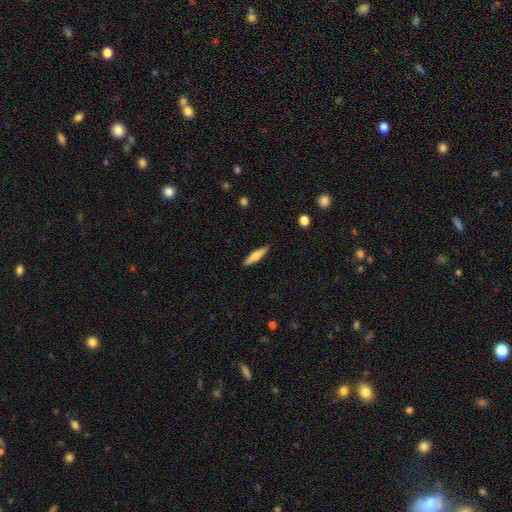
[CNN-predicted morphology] smooth_or_featured: smooth (p=0.66) [alt: featured or disk p=0.28]
how_rounded: cigar-shaped (p=0.81) [alt: in between p=0.17]
merging: none (p=0.89) [alt: minor disturbance p=0.09]